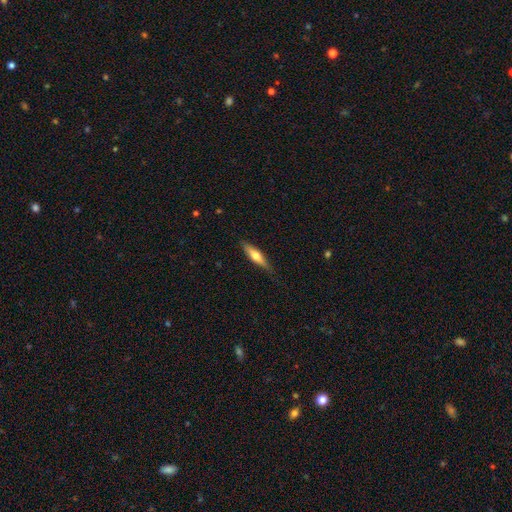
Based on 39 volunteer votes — A smooth galaxy with no disk features (51%) that is cigar-shaped (70%). Merging: none (74%).